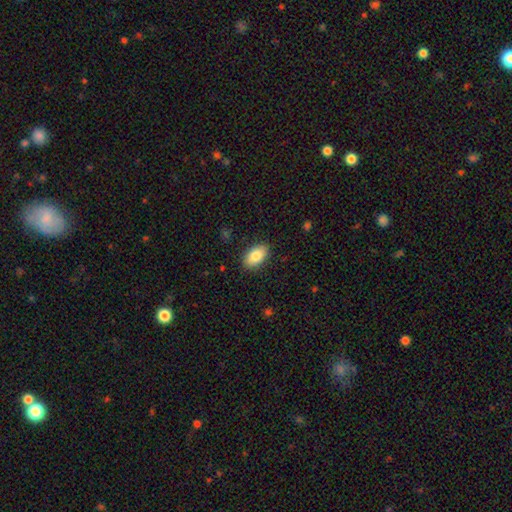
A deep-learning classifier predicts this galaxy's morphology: A smooth galaxy with no disk features (84%) that is in between round and cigar-shaped (93%).

Vote fractions:
- Smooth or featured? smooth: 84% / featured or disk: 9% / star or artifact: 7%
- How rounded? in between: 93% / round: 5% / cigar-shaped: 2%
- Merging? none: 88% / minor disturbance: 9% / major disturbance: 2% / merger: 1%